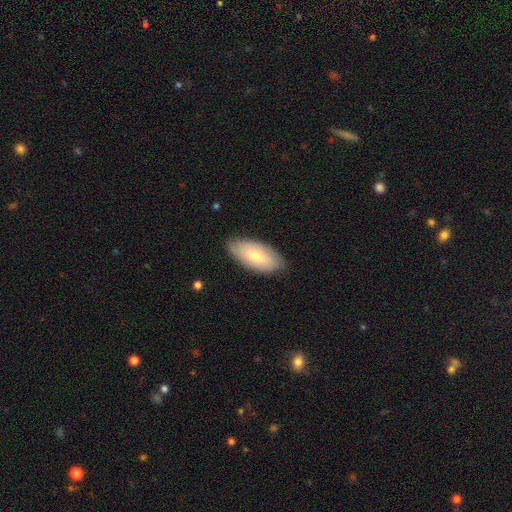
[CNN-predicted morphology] A smooth galaxy with no disk features (68%) that is in between round and cigar-shaped (91%). Merging: none (81%).